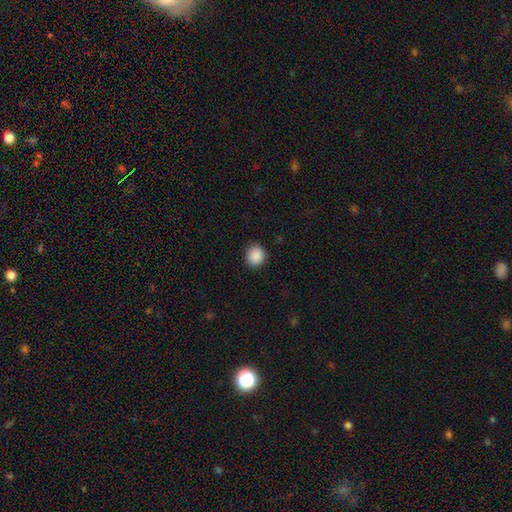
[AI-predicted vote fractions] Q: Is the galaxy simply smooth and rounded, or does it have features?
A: smooth — 89%.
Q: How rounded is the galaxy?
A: round — 87%.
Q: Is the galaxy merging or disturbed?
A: none — 90%.